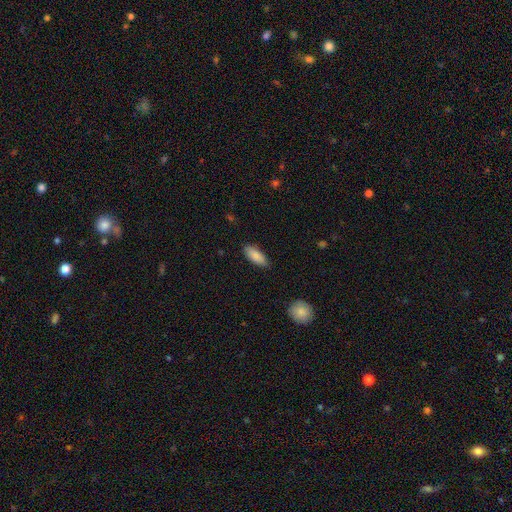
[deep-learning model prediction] smooth_or_featured: smooth (p=0.87) [alt: featured or disk p=0.07]
how_rounded: in between (p=0.79) [alt: cigar-shaped p=0.20]
merging: none (p=0.85) [alt: minor disturbance p=0.12]